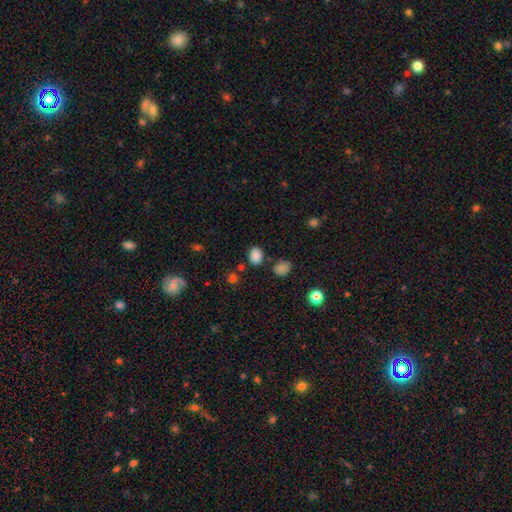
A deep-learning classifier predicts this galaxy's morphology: smooth-or-featured: smooth: 83% | star or artifact: 14% | featured or disk: 4%
  how-rounded: in between: 58% | round: 41% | cigar-shaped: 1%
  merging: none: 79% | minor disturbance: 11% | merger: 6% | major disturbance: 3%